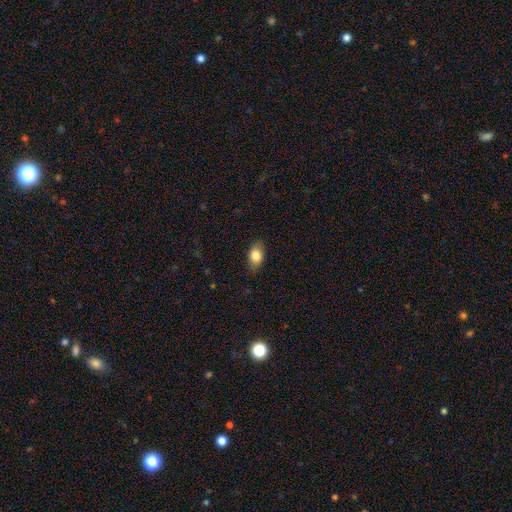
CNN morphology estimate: A smooth galaxy with no disk features (80%) that is in between round and cigar-shaped (84%).

Vote fractions:
- Smooth or featured? smooth: 80% / featured or disk: 12% / star or artifact: 7%
- How rounded? in between: 84% / round: 13% / cigar-shaped: 3%
- Merging? none: 81% / minor disturbance: 15% / major disturbance: 3% / merger: 1%